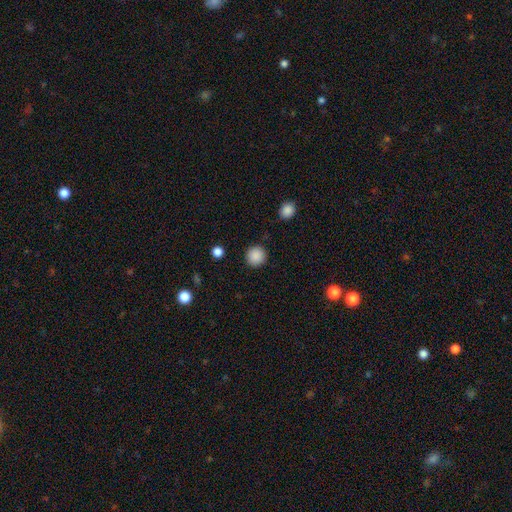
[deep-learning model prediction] A smooth galaxy with no disk features (88%) that is round (95%). Merging: none (90%).